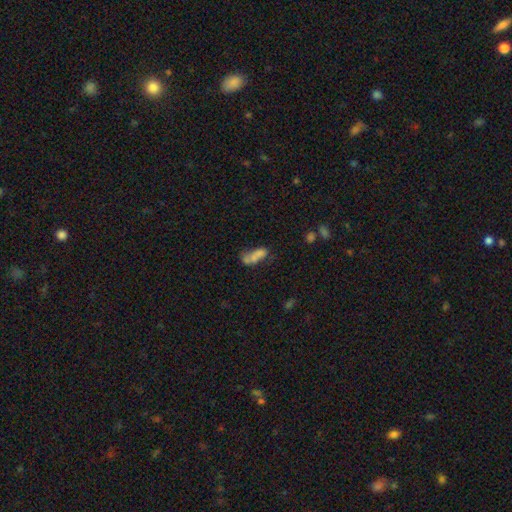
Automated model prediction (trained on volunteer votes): Smooth or featured? smooth (63%)
How rounded? in between (78%)
Merging? merger (46%)